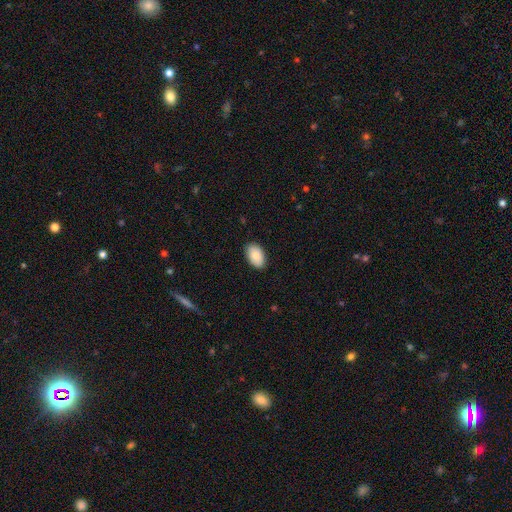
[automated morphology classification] A smooth galaxy with no disk features (88%) that is in between round and cigar-shaped (93%).

Vote fractions:
- Smooth or featured? smooth: 88% / featured or disk: 6% / star or artifact: 6%
- How rounded? in between: 93% / round: 6% / cigar-shaped: 1%
- Merging? none: 86% / minor disturbance: 11% / major disturbance: 2% / merger: 1%